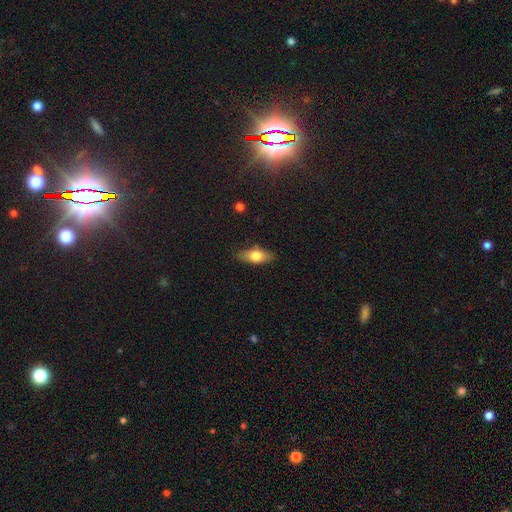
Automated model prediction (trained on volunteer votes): Smooth or featured?
  - smooth: 68% *
  - featured or disk: 25%
  - star or artifact: 7%
How rounded?
  - in between: 73% *
  - cigar-shaped: 23%
  - round: 4%
Merging?
  - none: 81% *
  - minor disturbance: 14%
  - major disturbance: 3%
  - merger: 1%